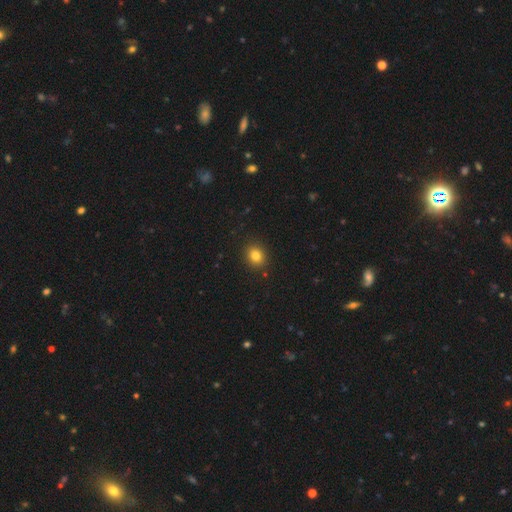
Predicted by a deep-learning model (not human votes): Smooth or featured? smooth (82%)
How rounded? round (68%)
Merging? none (90%)